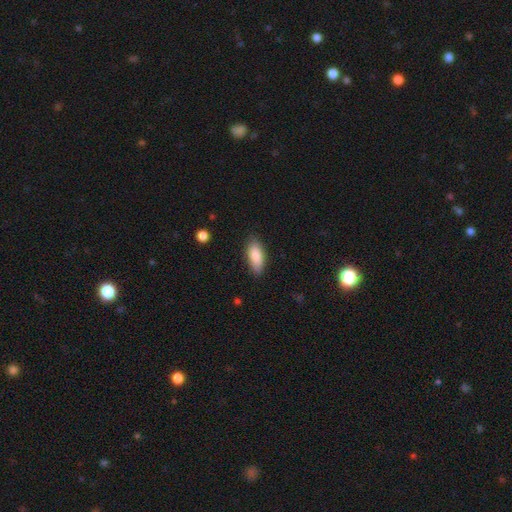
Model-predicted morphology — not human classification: The model was most divided on "how rounded": in between: 83%, cigar-shaped: 15%, round: 2%. More confident: smooth or featured — smooth (85%); merging — none (83%).